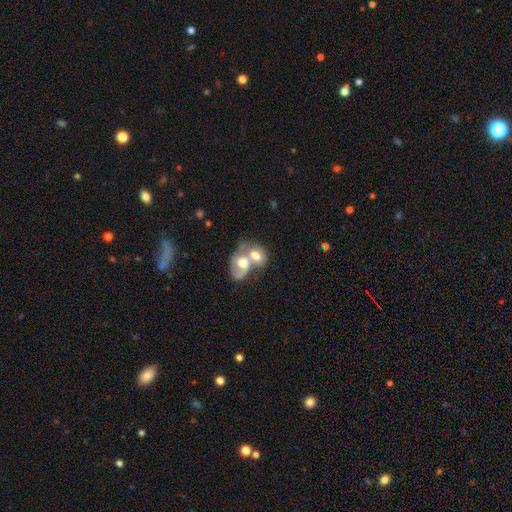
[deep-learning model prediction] smooth 48%, featured or disk 45%, star or artifact 7%. Down the decision tree: merging — merger (81%).